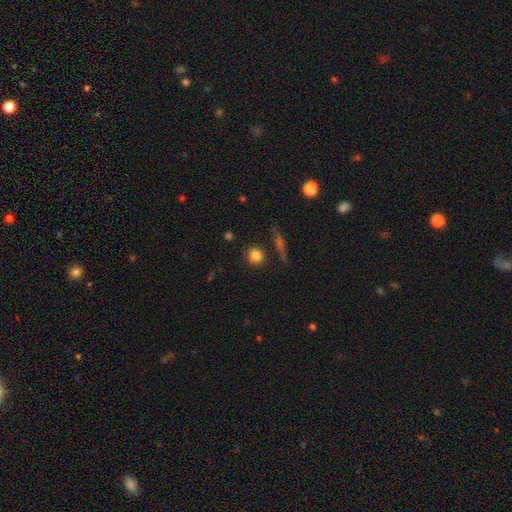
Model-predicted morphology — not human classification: Smooth or featured? smooth (82%)
How rounded? round (89%)
Merging? none (85%)